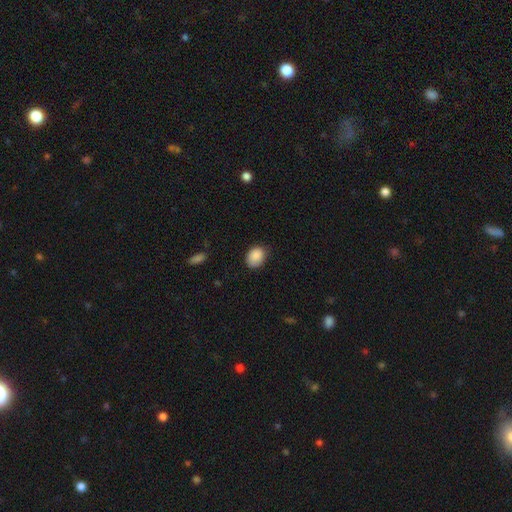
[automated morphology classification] A smooth galaxy with no disk features (88%) that is in between round and cigar-shaped (62%). Merging: none (71%).